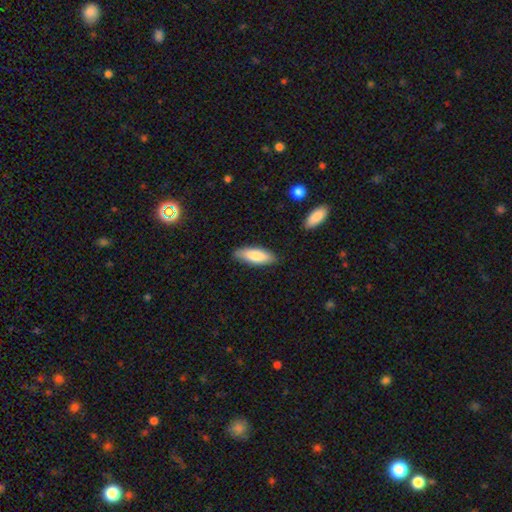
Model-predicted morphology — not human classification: Smooth or featured?
  - smooth: 83% *
  - featured or disk: 12%
  - star or artifact: 5%
How rounded?
  - in between: 64% *
  - cigar-shaped: 34%
  - round: 2%
Merging?
  - none: 85% *
  - minor disturbance: 11%
  - major disturbance: 2%
  - merger: 1%